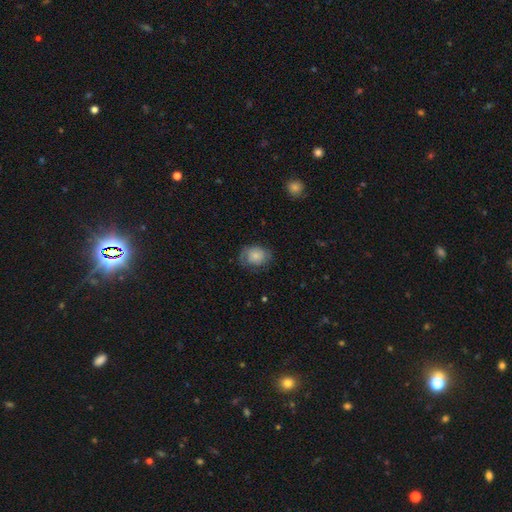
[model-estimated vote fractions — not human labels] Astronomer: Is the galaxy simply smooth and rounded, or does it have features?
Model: smooth — 62%.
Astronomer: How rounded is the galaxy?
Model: in between — 52% (runner-up: round, 47%).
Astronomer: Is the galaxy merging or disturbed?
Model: none — 61%.